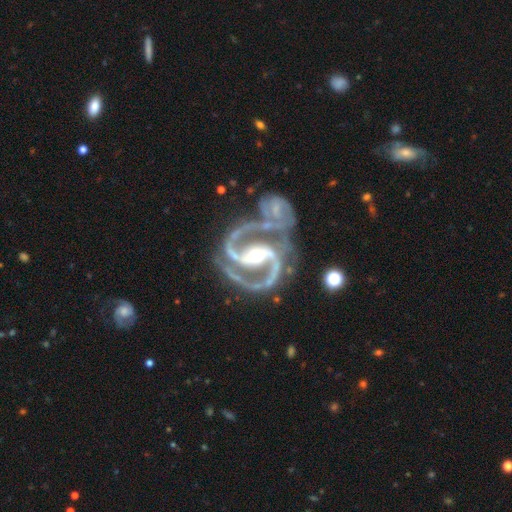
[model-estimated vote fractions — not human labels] smooth-or-featured: featured or disk: 93% | star or artifact: 5% | smooth: 3%
  disk-edge-on: no: 98% | yes: 2%
    bar: strong: 49% | weak: 32% | no: 19%
    has-spiral-arms: yes: 98% | no: 2%
      spiral-winding: medium: 54% | tight: 36% | loose: 10%
      spiral-arm-count: 2: 85% | 3: 6% | can't tell: 3% | 1: 2% | 4: 2% | more than 4: 2%
    bulge-size: moderate: 56% | small: 36% | large: 5% | none: 2% | dominant: 1%
  merging: none: 49% | merger: 21% | minor disturbance: 18% | major disturbance: 13%